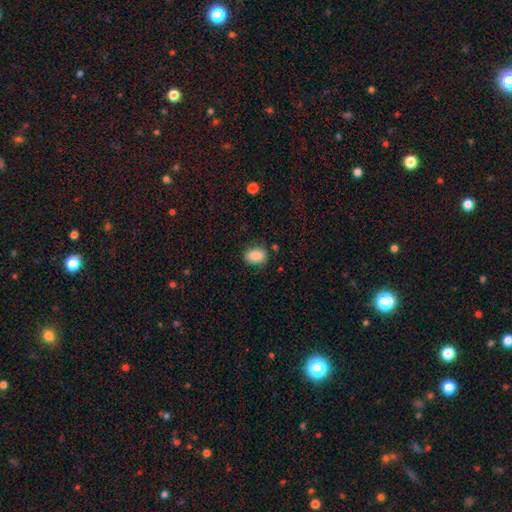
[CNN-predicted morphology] The model was most divided on "how rounded": in between: 76%, round: 23%, cigar-shaped: 1%. More confident: smooth or featured — smooth (87%); merging — none (76%).